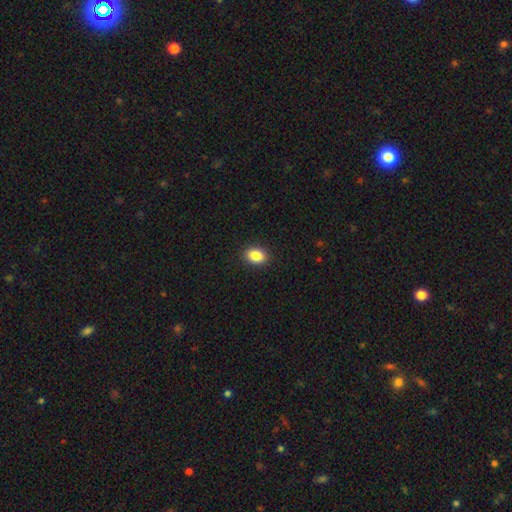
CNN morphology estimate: Smooth or featured: smooth — 87% (star or artifact — 9%)
How rounded: in between — 77% (round — 22%)
Merging: none — 90% (minor disturbance — 7%)